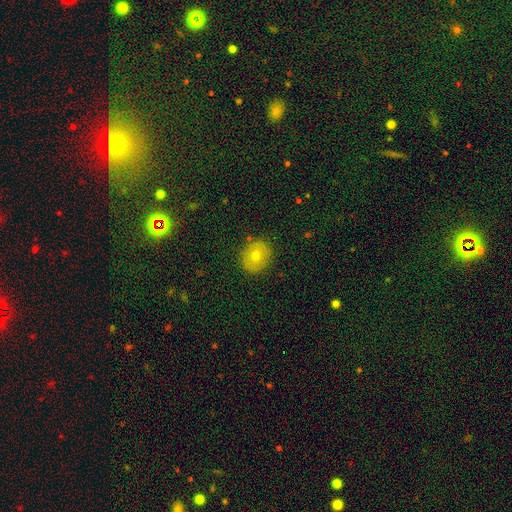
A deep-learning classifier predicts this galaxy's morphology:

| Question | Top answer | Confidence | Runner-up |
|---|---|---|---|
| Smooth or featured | smooth | 68% | featured or disk (22%) |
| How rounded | round | 71% | in between (28%) |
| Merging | none | 87% | minor disturbance (9%) |